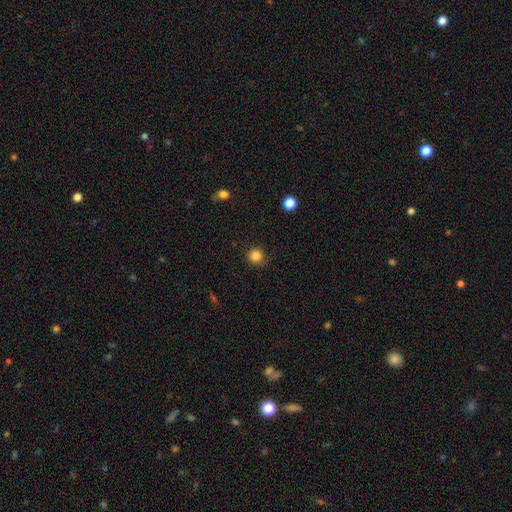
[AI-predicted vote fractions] This appears to be a smooth galaxy with no disk features (83%) that is round (94%). Merging: none (86%).